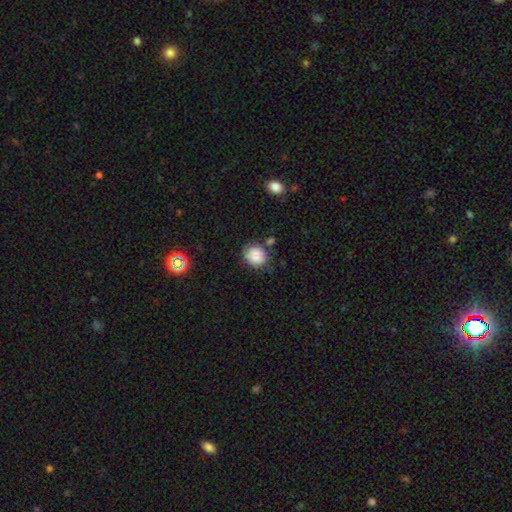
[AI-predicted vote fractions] The model was most divided on "how rounded": round: 76%, in between: 23%, cigar-shaped: 1%. More confident: smooth or featured — smooth (87%); merging — none (76%).